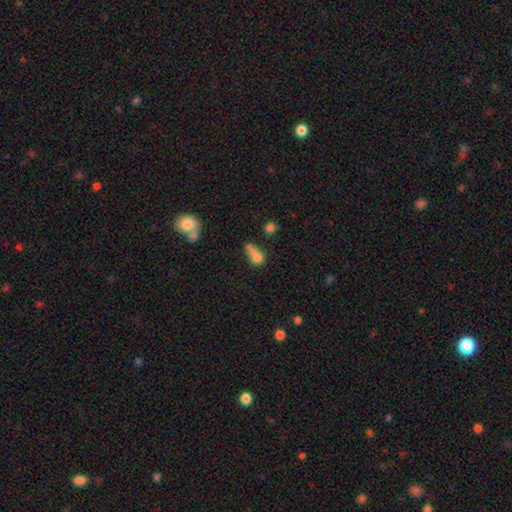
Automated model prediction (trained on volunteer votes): Smooth or featured?
  - smooth: 70% *
  - featured or disk: 18%
  - star or artifact: 12%
How rounded?
  - in between: 56% *
  - round: 36%
  - cigar-shaped: 8%
Merging?
  - merger: 45% *
  - none: 23%
  - major disturbance: 16%
  - minor disturbance: 15%